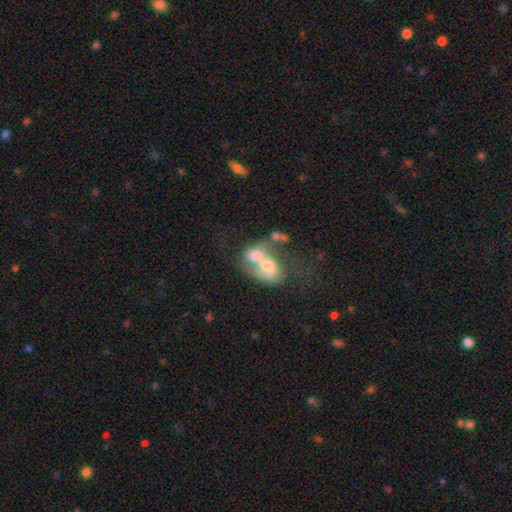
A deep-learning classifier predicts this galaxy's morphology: Smooth or featured? smooth (47%)
Merging? merger (77%)